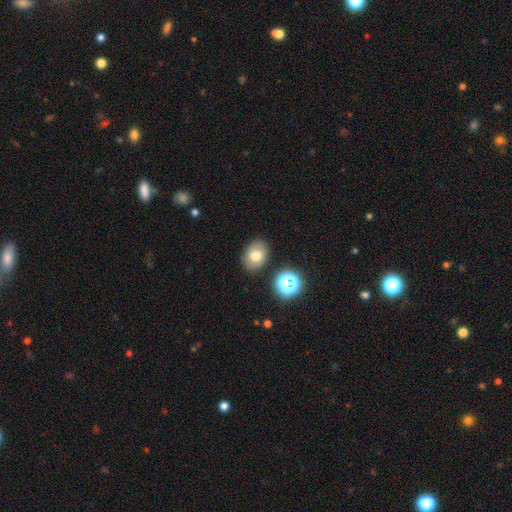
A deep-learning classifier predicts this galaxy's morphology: A smooth galaxy with no disk features (73%) that is in between round and cigar-shaped (65%). Merging: none (84%).